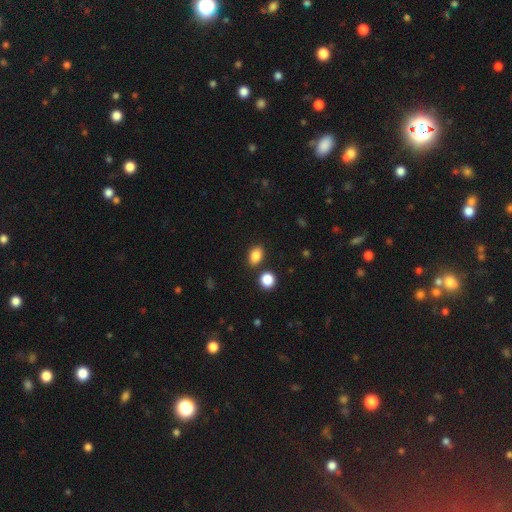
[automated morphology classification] type=smooth (86%); roundness=in between (81%); merging=none (82%).